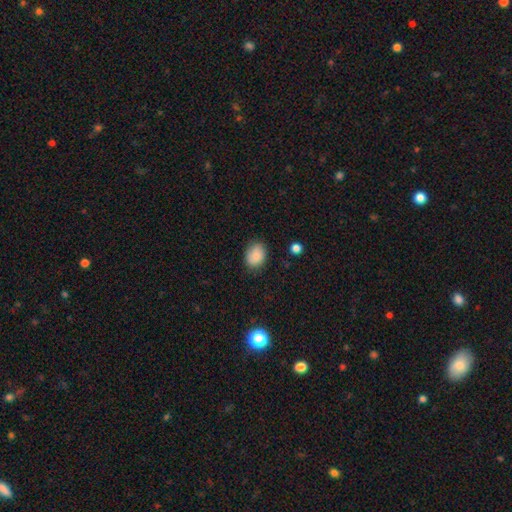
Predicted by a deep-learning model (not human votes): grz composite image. It shows a smooth galaxy with no disk features (82%) that is in between round and cigar-shaped (63%). Merging: none (78%).